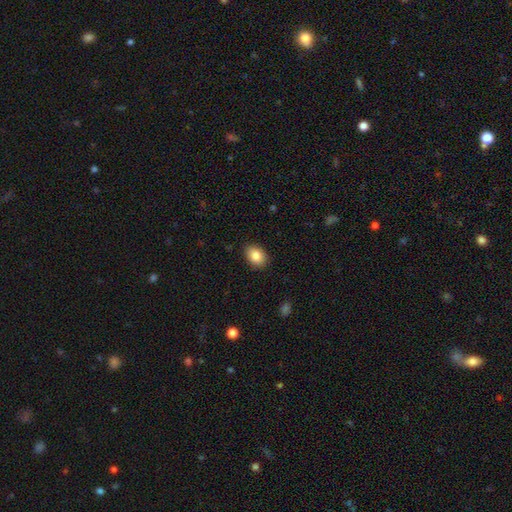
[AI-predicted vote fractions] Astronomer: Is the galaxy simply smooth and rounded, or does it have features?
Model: smooth — 87%.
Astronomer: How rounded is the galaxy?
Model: in between — 78%.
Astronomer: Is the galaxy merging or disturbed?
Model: none — 87%.